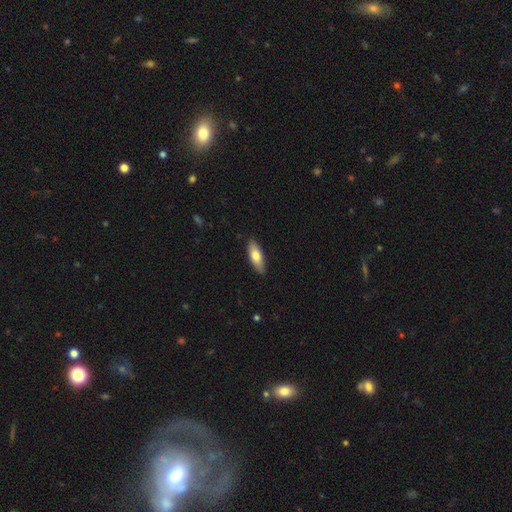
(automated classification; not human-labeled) Smooth or featured: smooth — 74% (featured or disk — 20%)
How rounded: in between — 67% (cigar-shaped — 31%)
Merging: none — 87% (minor disturbance — 10%)